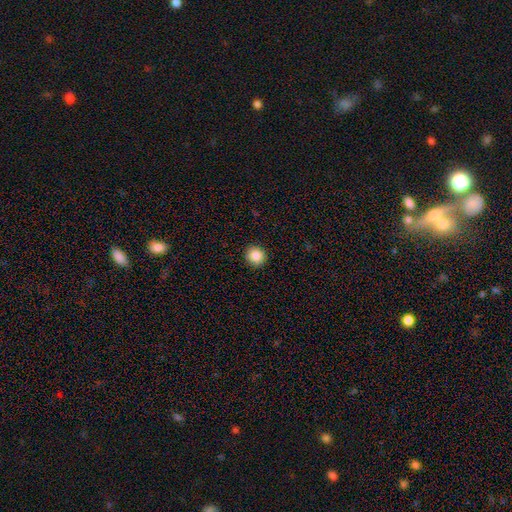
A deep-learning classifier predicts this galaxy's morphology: Smooth or featured? Predicted: smooth (p=0.86). How rounded? Predicted: round (p=0.94). Merging? Predicted: none (p=0.93).